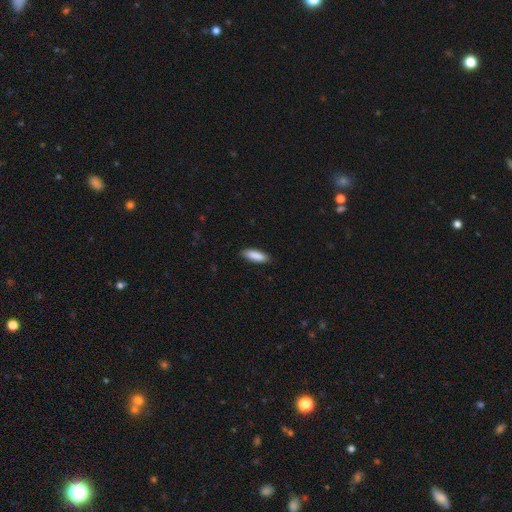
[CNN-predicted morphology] This is clearly a smooth galaxy (89%). How rounded: possibly in between (56%). Merging: clearly none (88%).